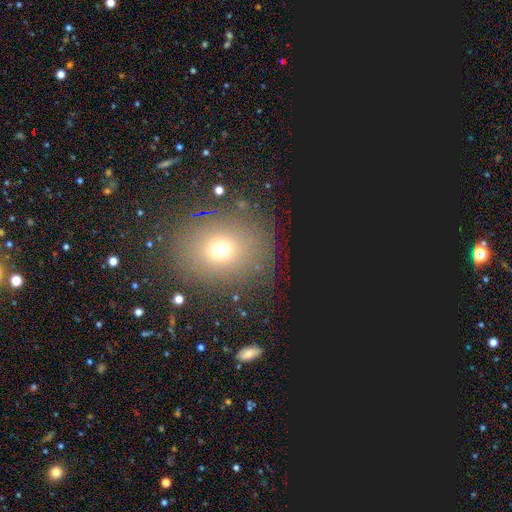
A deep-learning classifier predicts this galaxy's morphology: A smooth galaxy with no disk features (54%) that is round (75%).

Vote fractions:
- Smooth or featured? smooth: 54% / star or artifact: 37% / featured or disk: 9%
- How rounded? round: 75% / in between: 23% / cigar-shaped: 2%
- Merging? none: 85% / minor disturbance: 8% / major disturbance: 4% / merger: 2%